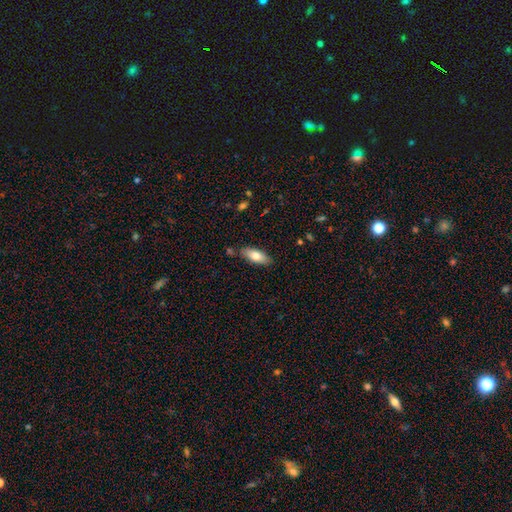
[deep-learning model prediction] Morphology: type=smooth (75%); roundness=in between (77%); merging=none (81%).